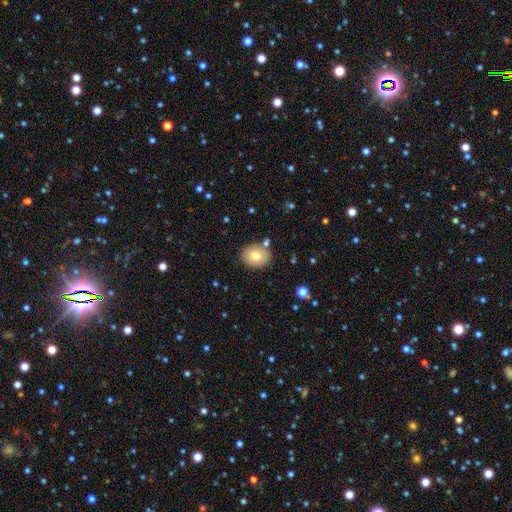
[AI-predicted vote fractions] smooth 74%, featured or disk 17%, star or artifact 9%. Down the decision tree: how rounded — round (55%); merging — none (81%).